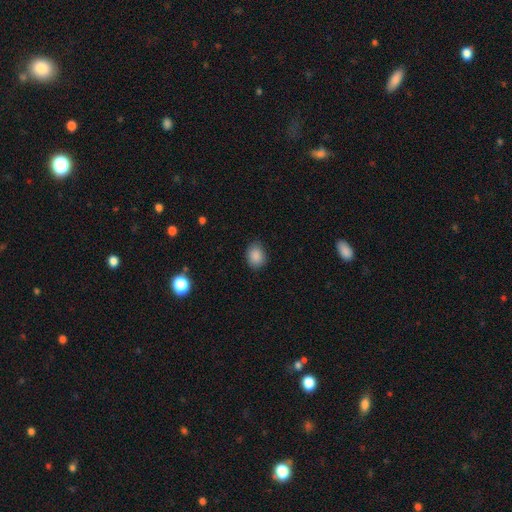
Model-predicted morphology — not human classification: Overall: smooth (88%). How rounded: in between (55%; round 44%). Merging: none (84%).